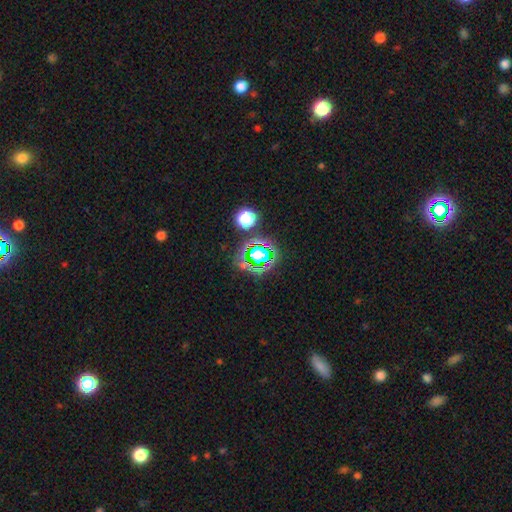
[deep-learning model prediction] Overall: star or artifact (71%).